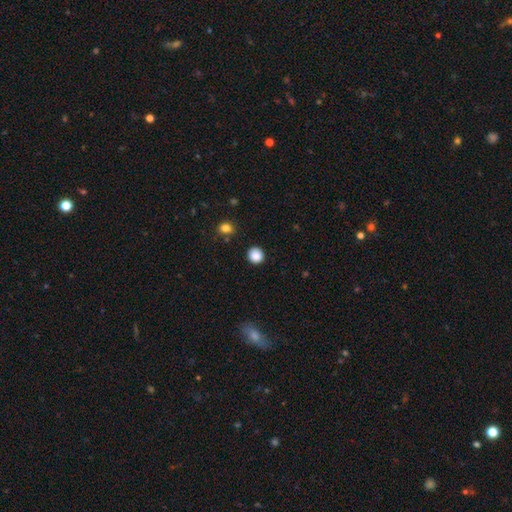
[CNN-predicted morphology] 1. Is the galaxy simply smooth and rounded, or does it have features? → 87% smooth, 10% star or artifact, 3% featured or disk.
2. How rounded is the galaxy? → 89% round, 10% in between, 1% cigar-shaped.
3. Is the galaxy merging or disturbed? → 89% none, 7% minor disturbance, 2% major disturbance, 2% merger.